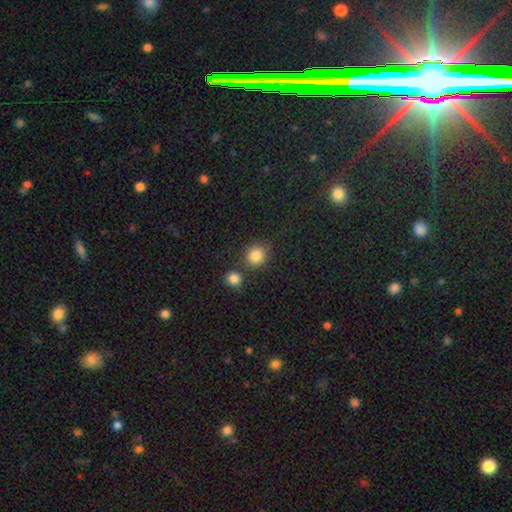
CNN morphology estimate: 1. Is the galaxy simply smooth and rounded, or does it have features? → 85% smooth, 11% star or artifact, 5% featured or disk.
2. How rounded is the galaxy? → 86% round, 13% in between, 1% cigar-shaped.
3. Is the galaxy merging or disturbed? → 76% none, 12% merger, 9% minor disturbance, 3% major disturbance.